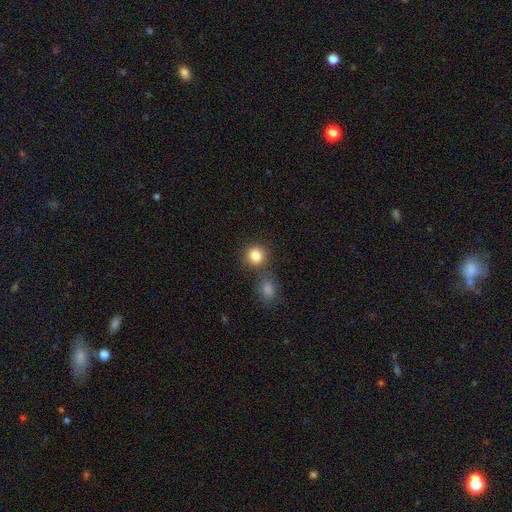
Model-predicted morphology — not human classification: Smooth or featured? smooth (85%)
How rounded? round (87%)
Merging? none (71%)